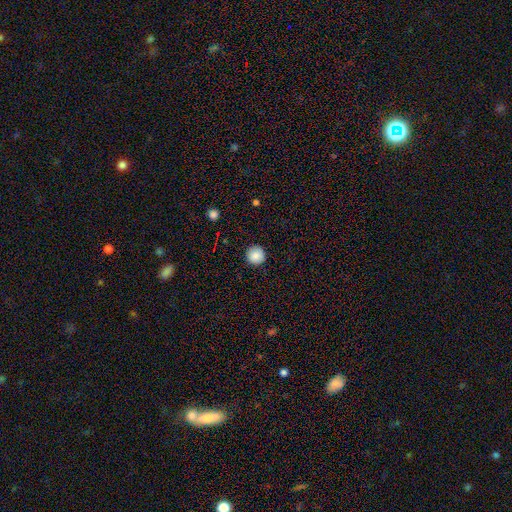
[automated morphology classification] A smooth galaxy with no disk features (87%) that is round (96%).

Vote fractions:
- Smooth or featured? smooth: 87% / star or artifact: 9% / featured or disk: 4%
- How rounded? round: 96% / in between: 3% / cigar-shaped: 1%
- Merging? none: 92% / minor disturbance: 5% / major disturbance: 2% / merger: 1%